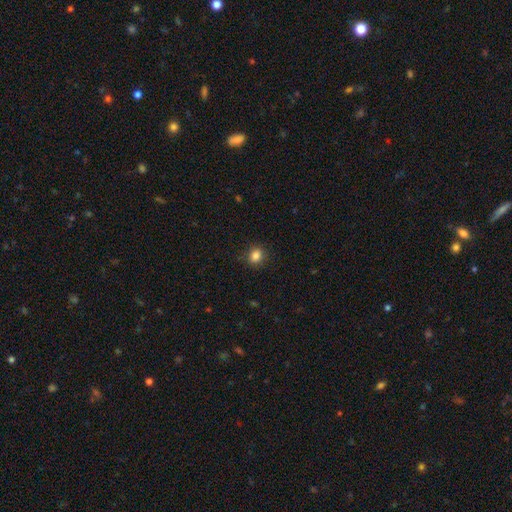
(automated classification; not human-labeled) A smooth galaxy with no disk features (84%) that is round (73%).

Vote fractions:
- Smooth or featured? smooth: 84% / star or artifact: 11% / featured or disk: 5%
- How rounded? round: 73% / in between: 26% / cigar-shaped: 1%
- Merging? none: 88% / minor disturbance: 9% / major disturbance: 2% / merger: 1%